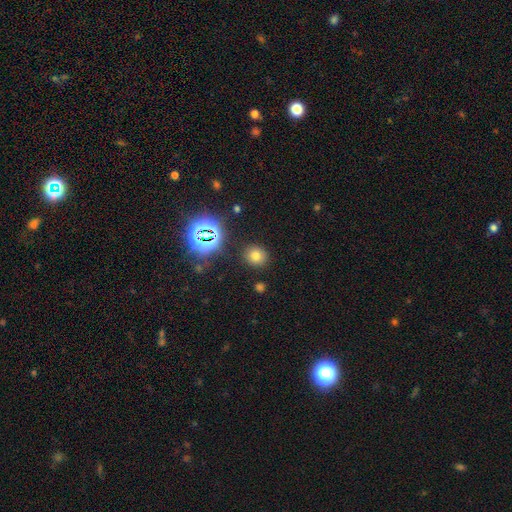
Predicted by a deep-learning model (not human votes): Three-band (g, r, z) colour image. It shows a smooth galaxy with no disk features (70%) that is round (81%). Merging: none (87%).